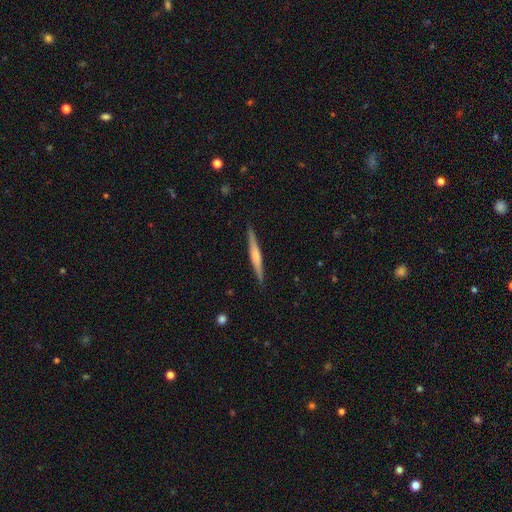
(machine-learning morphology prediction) smooth_or_featured: featured or disk (p=0.60) [alt: smooth p=0.34]
disk_edge_on: yes (p=0.98) [alt: no p=0.02]
edge_on_bulge: rounded (p=0.59) [alt: none p=0.23]
merging: none (p=0.90) [alt: minor disturbance p=0.07]